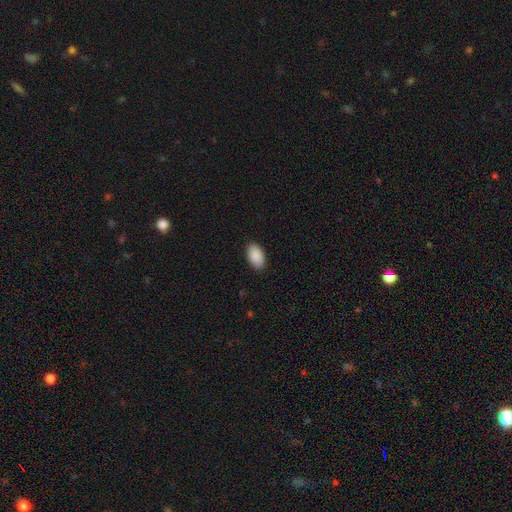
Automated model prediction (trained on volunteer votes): A smooth galaxy with no disk features (91%) that is in between round and cigar-shaped (95%).

Vote fractions:
- Smooth or featured? smooth: 91% / star or artifact: 6% / featured or disk: 3%
- How rounded? in between: 95% / round: 3% / cigar-shaped: 2%
- Merging? none: 90% / minor disturbance: 7% / major disturbance: 2% / merger: 1%